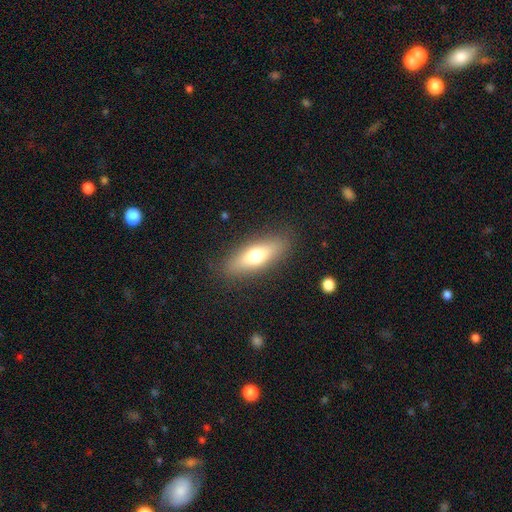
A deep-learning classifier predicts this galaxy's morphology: A smooth galaxy with no disk features (64%) that is in between round and cigar-shaped (56%).

Vote fractions:
- Smooth or featured? smooth: 64% / featured or disk: 29% / star or artifact: 8%
- How rounded? in between: 56% / cigar-shaped: 41% / round: 4%
- Merging? none: 86% / minor disturbance: 9% / major disturbance: 3% / merger: 1%